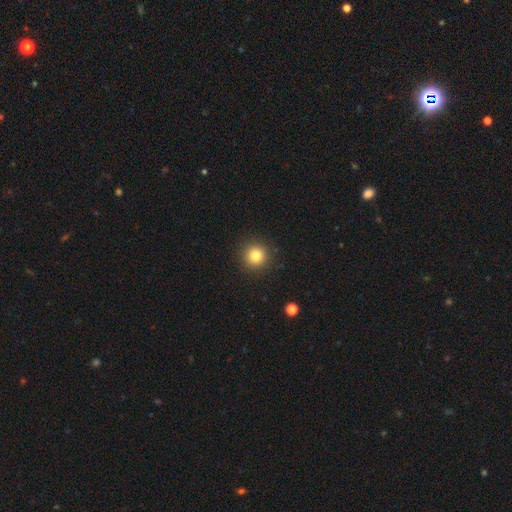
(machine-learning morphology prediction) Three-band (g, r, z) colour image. It shows a smooth galaxy with no disk features (81%) that is round (95%). Merging: none (92%).